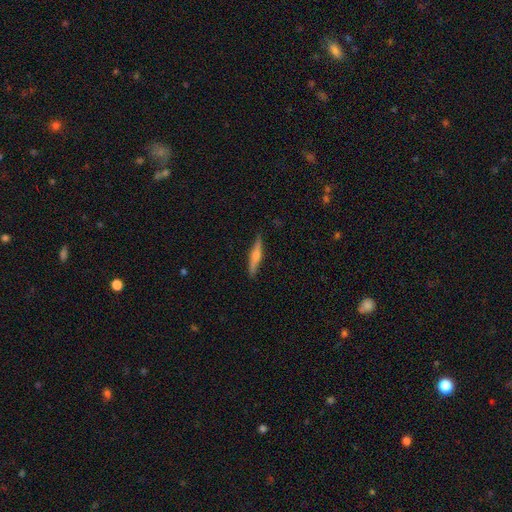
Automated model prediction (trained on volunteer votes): The model was most divided on "smooth or featured": featured or disk: 52%, smooth: 42%, star or artifact: 6%. More confident: edge-on disk — yes (96%); merging — none (88%).